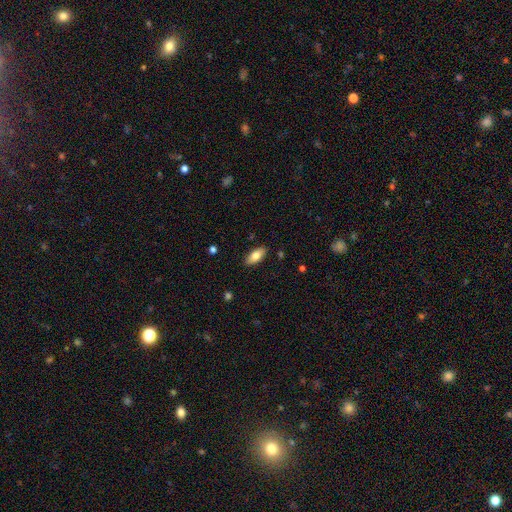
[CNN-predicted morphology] Smooth or featured?
  - smooth: 78% *
  - featured or disk: 15%
  - star or artifact: 6%
How rounded?
  - in between: 88% *
  - cigar-shaped: 10%
  - round: 2%
Merging?
  - none: 88% *
  - minor disturbance: 9%
  - major disturbance: 2%
  - merger: 1%